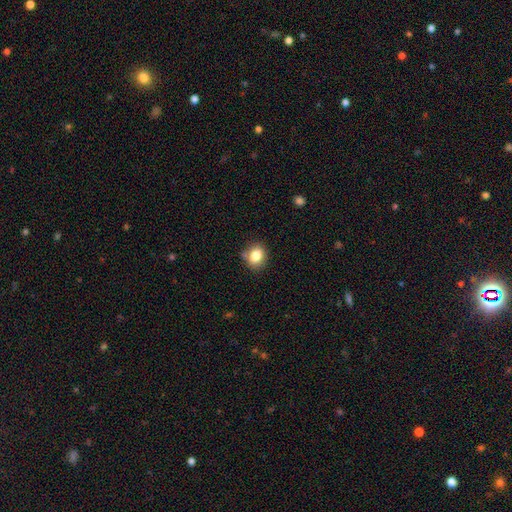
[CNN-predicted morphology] This appears to be a smooth galaxy with no disk features (81%) that is round (62%). Merging: none (77%).